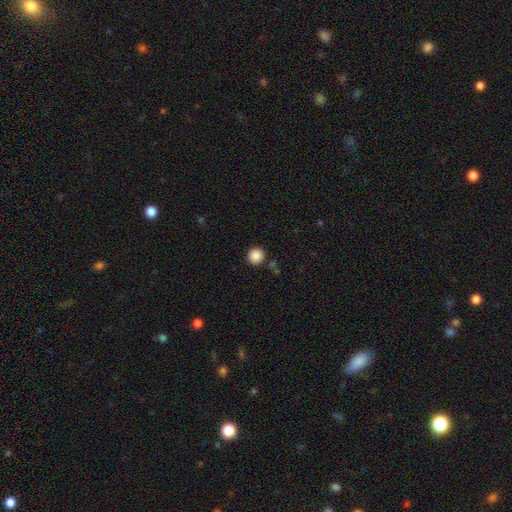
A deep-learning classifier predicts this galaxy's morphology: smooth_or_featured: smooth (p=0.88) [alt: star or artifact p=0.10]
how_rounded: round (p=0.92) [alt: in between p=0.07]
merging: none (p=0.88) [alt: minor disturbance p=0.06]